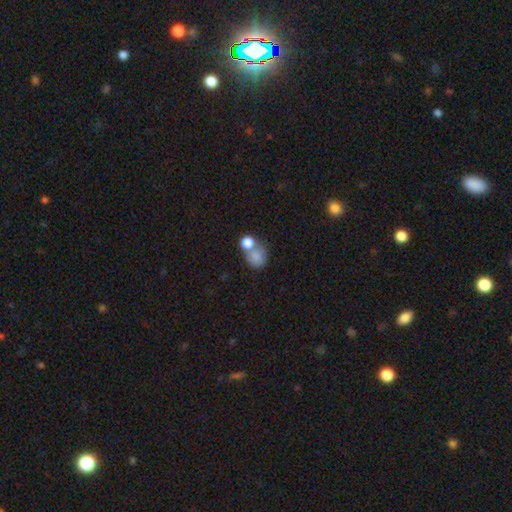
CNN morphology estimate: A smooth galaxy with no disk features (79%) that is round (64%). Merging: merger (47%).